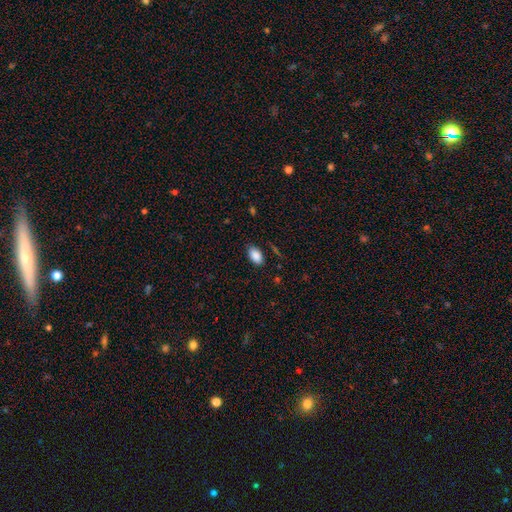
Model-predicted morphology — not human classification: Smooth or featured? Predicted: smooth (p=0.89). How rounded? Predicted: in between (p=0.93). Merging? Predicted: none (p=0.84).